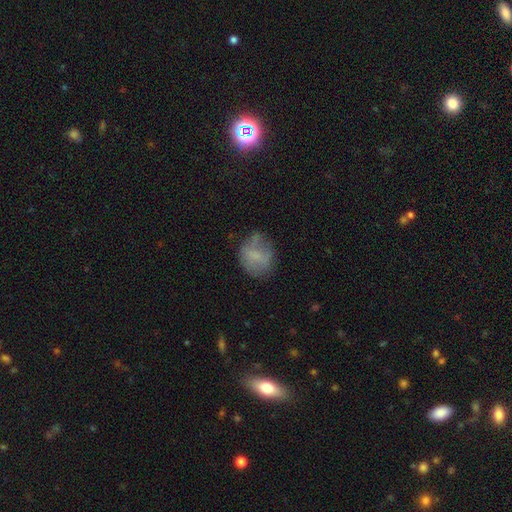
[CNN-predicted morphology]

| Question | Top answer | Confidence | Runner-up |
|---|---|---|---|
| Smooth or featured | smooth | 64% | featured or disk (26%) |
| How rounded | round | 61% | in between (38%) |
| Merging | none | 56% | minor disturbance (27%) |